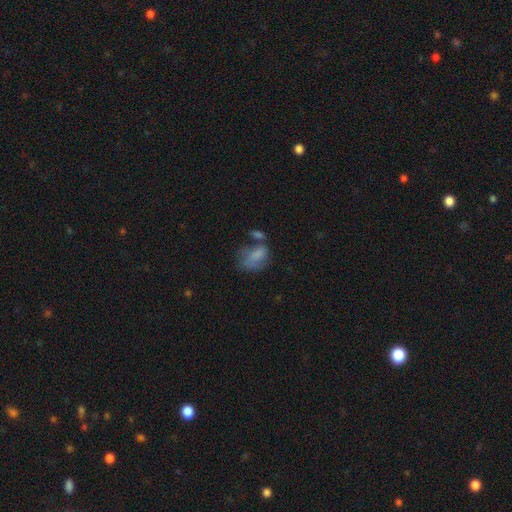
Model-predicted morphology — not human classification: Smooth or featured? Predicted: smooth (p=0.72). How rounded? Predicted: in between (p=0.82). Merging? Predicted: none (p=0.30).